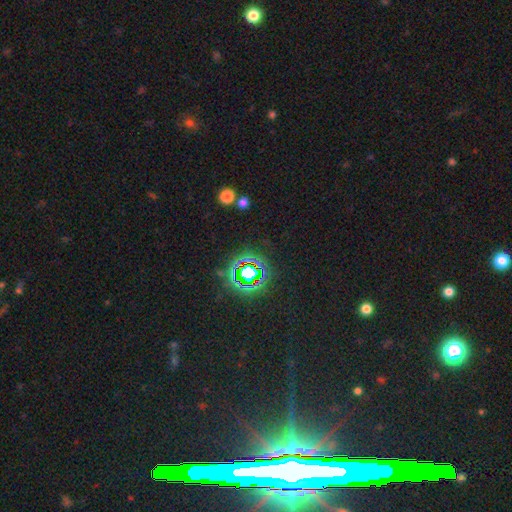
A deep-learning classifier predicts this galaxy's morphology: type=star or artifact (79%).